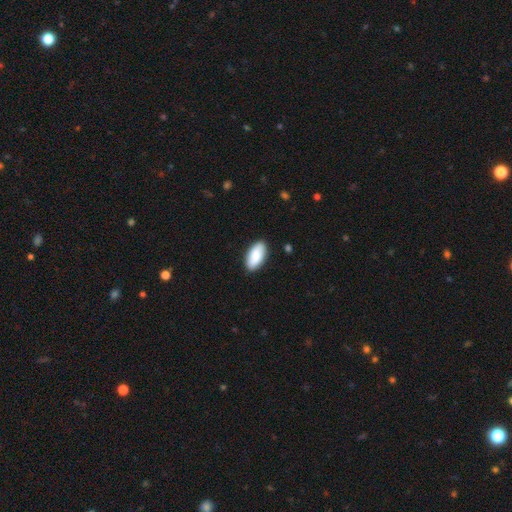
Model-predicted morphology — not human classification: smooth_or_featured: smooth (p=0.83) [alt: featured or disk p=0.11]
how_rounded: in between (p=0.93) [alt: cigar-shaped p=0.05]
merging: none (p=0.88) [alt: minor disturbance p=0.09]